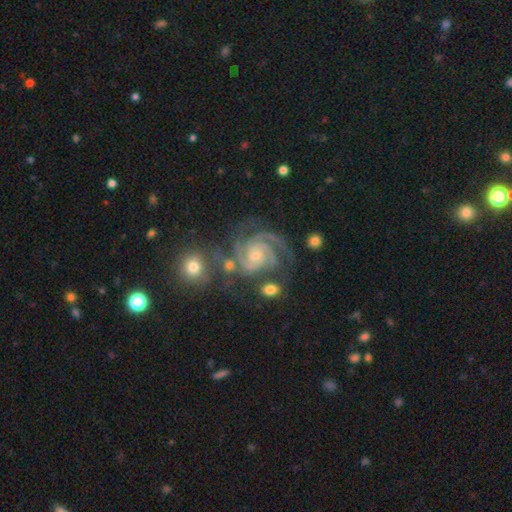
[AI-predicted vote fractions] This appears to be a featured or disk galaxy (92%) with no bar (64%), 3 (54%) tight (71%) spiral arms (99%) and a small central bulge (60%). Merging: none (63%).